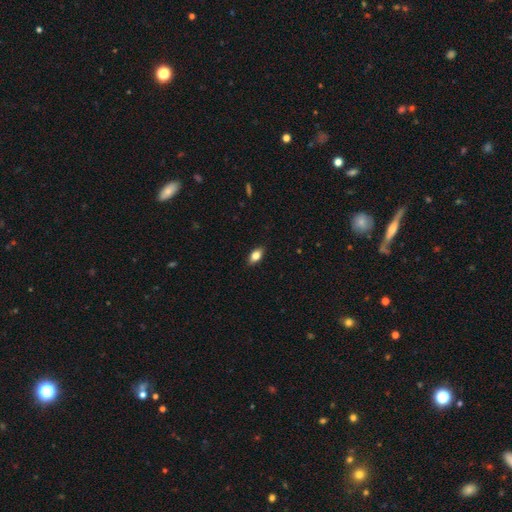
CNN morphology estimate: Smooth or featured? Predicted: smooth (p=0.79). How rounded? Predicted: in between (p=0.87). Merging? Predicted: none (p=0.87).